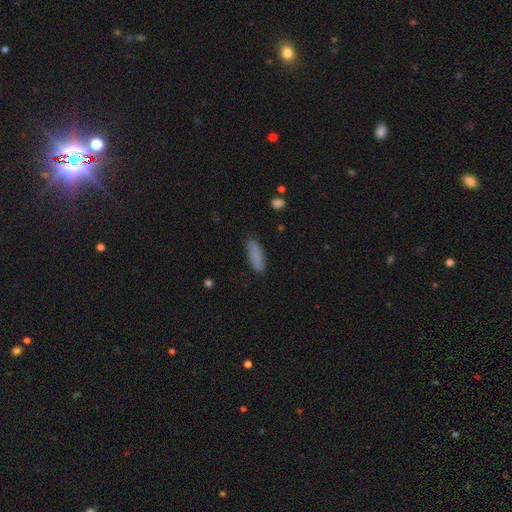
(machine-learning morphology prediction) A smooth galaxy with no disk features (85%) that is in between round and cigar-shaped (56%).

Vote fractions:
- Smooth or featured? smooth: 85% / featured or disk: 7% / star or artifact: 7%
- How rounded? in between: 56% / cigar-shaped: 42% / round: 2%
- Merging? none: 82% / minor disturbance: 13% / major disturbance: 3% / merger: 2%